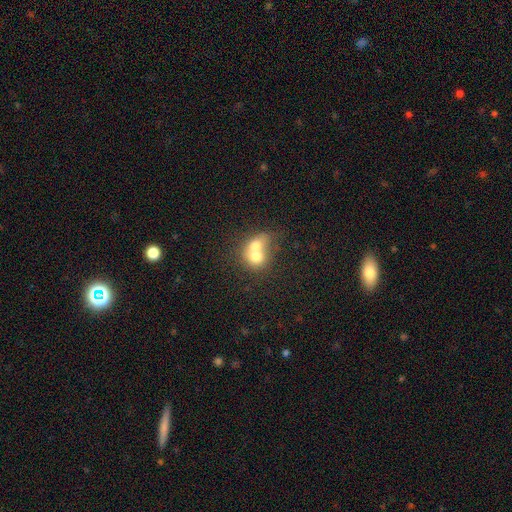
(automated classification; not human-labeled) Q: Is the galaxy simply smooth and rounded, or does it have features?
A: smooth — 64%.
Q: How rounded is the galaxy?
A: round — 62%.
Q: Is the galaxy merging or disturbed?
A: merger — 76%.